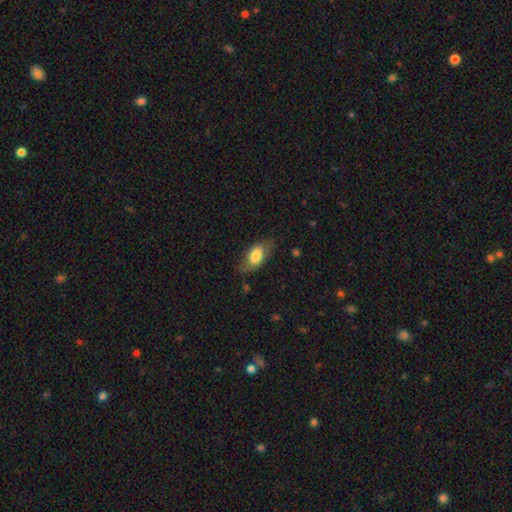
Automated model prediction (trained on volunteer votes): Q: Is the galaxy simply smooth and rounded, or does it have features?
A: smooth — 75%.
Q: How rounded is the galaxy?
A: in between — 88%.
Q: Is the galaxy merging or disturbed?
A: none — 70%.